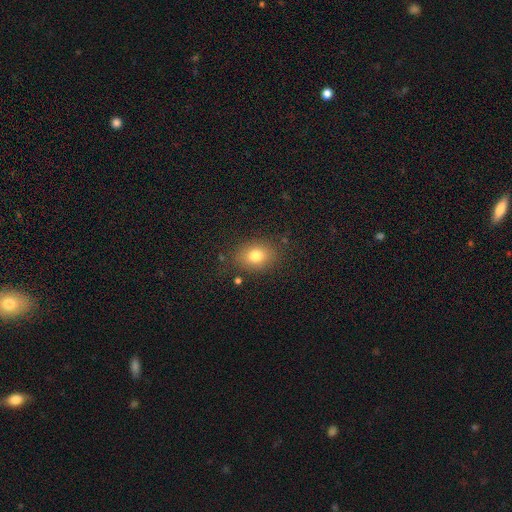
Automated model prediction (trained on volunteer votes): Overall: smooth (78%). How rounded: in between (60%; round 39%). Merging: none (83%).